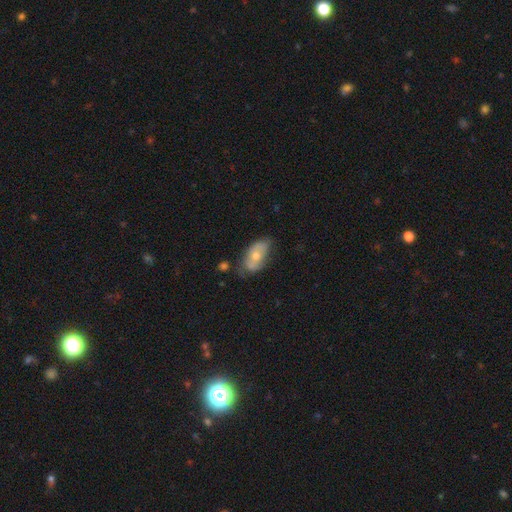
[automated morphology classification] Smooth or featured: smooth — 51% (featured or disk — 41%)
How rounded: in between — 89% (round — 5%)
Merging: none — 55% (minor disturbance — 32%)